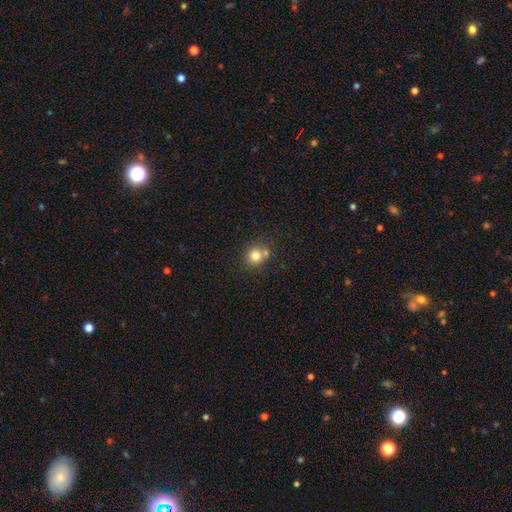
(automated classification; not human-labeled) Q: Smooth or featured?
A: smooth (79%); runner-up: star or artifact (12%)
Q: How rounded?
A: round (84%); runner-up: in between (16%)
Q: Merging?
A: none (60%); runner-up: merger (27%)